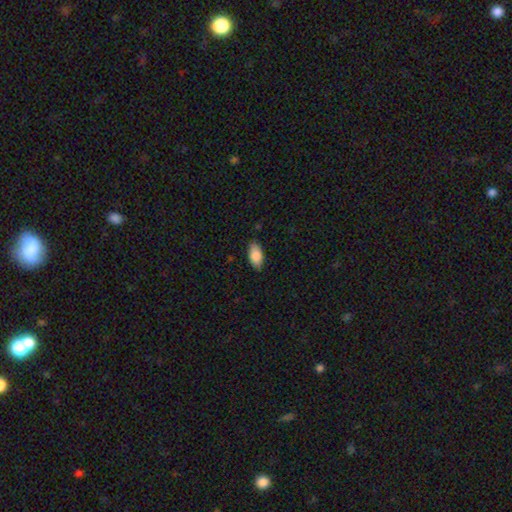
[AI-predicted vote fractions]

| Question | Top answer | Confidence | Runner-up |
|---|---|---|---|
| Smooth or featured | smooth | 87% | featured or disk (7%) |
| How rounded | in between | 92% | cigar-shaped (6%) |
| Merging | none | 83% | minor disturbance (13%) |